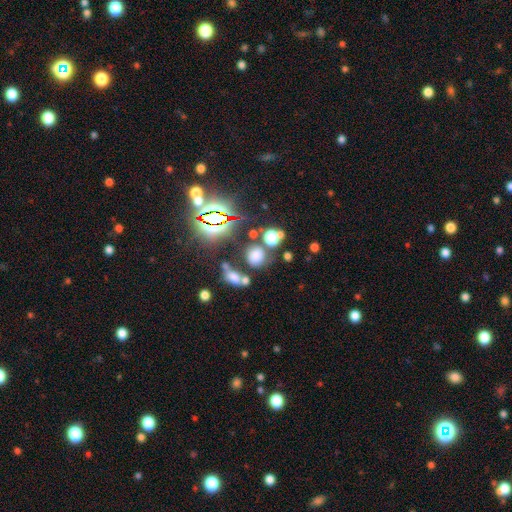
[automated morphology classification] Smooth or featured? Predicted: smooth (p=0.63). How rounded? Predicted: round (p=0.77). Merging? Predicted: none (p=0.61).